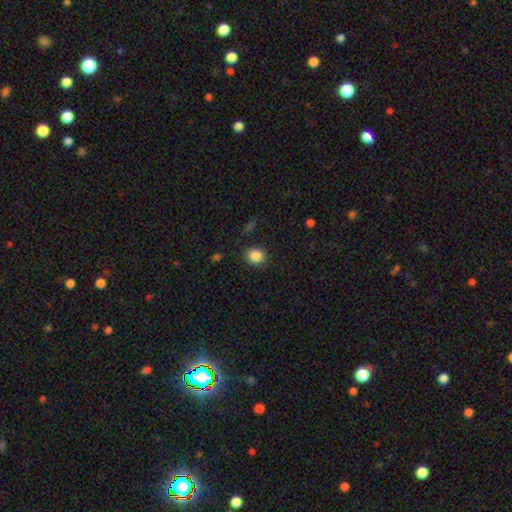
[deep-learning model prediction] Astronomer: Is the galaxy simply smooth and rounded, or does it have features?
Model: smooth — 86%.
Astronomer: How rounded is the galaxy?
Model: round — 77%.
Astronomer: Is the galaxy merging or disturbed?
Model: none — 87%.